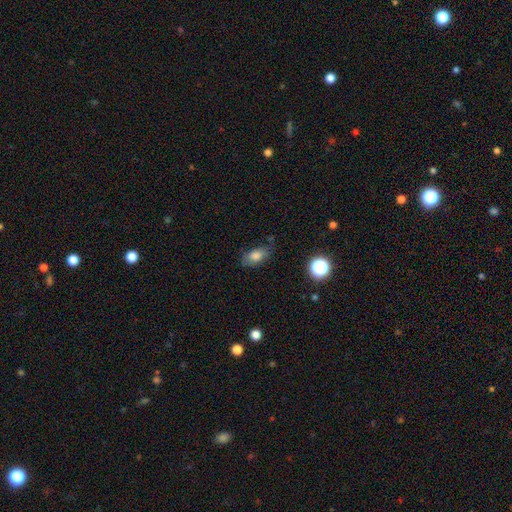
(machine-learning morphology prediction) A smooth galaxy with no disk features (79%) that is in between round and cigar-shaped (85%). Merging: none (73%).